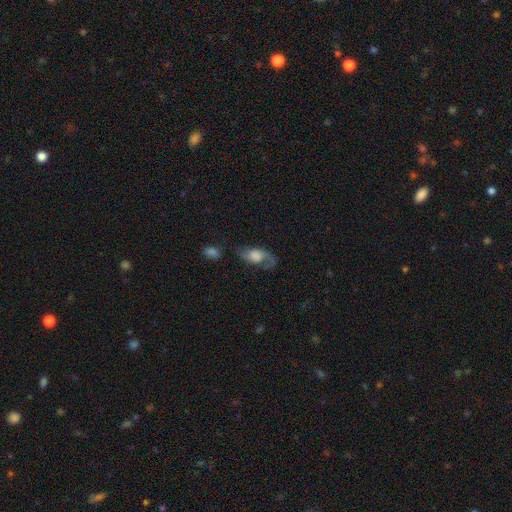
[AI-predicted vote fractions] The model was most divided on "smooth or featured": featured or disk: 57%, smooth: 35%, star or artifact: 9%. Remaining: edge-on disk — no (91%); spiral arms — yes (85%); bar — no (65%); merging — none (49%); bulge size — large (47%).